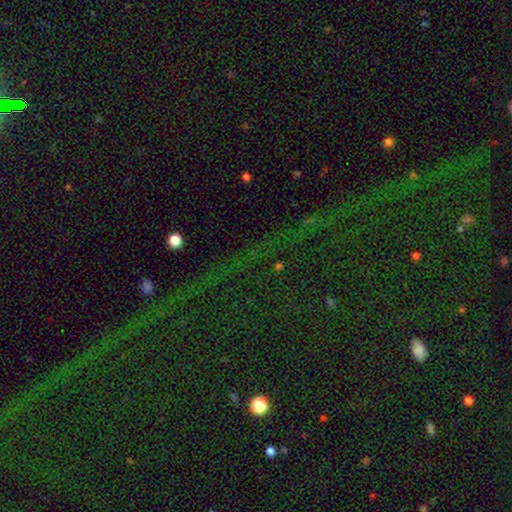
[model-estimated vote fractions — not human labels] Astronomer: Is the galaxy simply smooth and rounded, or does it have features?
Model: star or artifact — 79%.